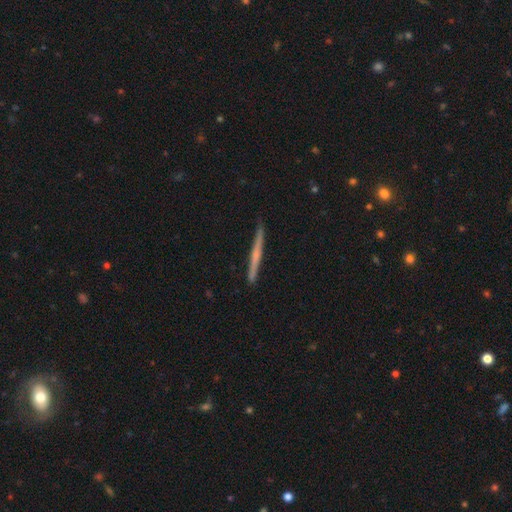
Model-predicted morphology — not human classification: A featured or disk galaxy (54%) viewed edge-on (98%) with no central bulge (69%). Merging: none (89%).